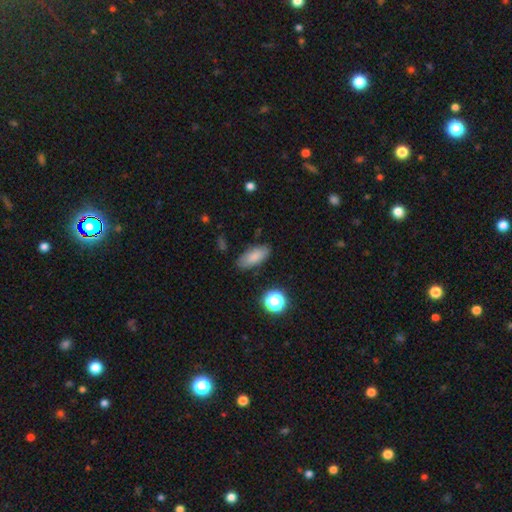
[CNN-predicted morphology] Smooth or featured? Predicted: smooth (p=0.82). How rounded? Predicted: in between (p=0.85). Merging? Predicted: none (p=0.83).